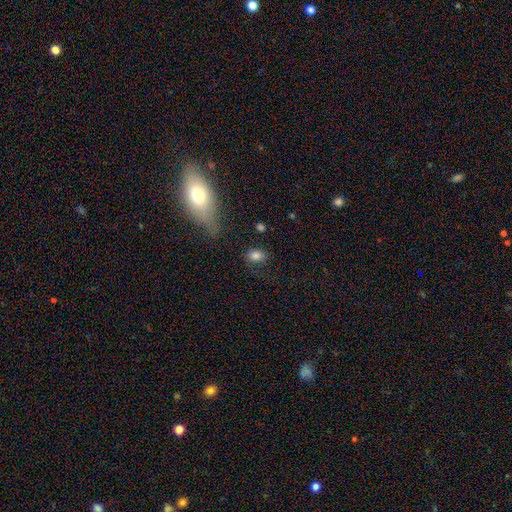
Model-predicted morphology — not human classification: This appears to be a smooth galaxy with no disk features (80%) that is in between round and cigar-shaped (66%). Merging: none (71%).